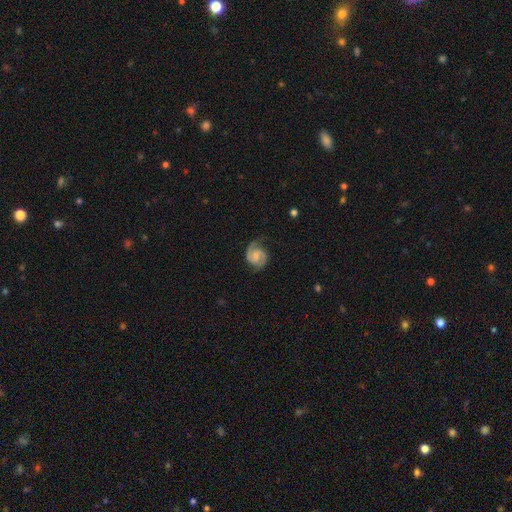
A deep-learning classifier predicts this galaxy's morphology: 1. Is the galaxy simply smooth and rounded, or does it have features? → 82% featured or disk, 13% smooth, 6% star or artifact.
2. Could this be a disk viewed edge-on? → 98% no, 2% yes.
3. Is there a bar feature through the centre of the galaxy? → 46% weak, 44% no, 11% strong.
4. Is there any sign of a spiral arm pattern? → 97% yes, 3% no.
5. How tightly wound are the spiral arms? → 48% medium, 38% tight, 14% loose.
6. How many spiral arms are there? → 87% 2, 6% 1, 4% can't tell, 1% 3, 1% 4, 1% more than 4.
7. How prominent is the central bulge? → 40% small, 29% moderate, 27% none, 3% large, 1% dominant.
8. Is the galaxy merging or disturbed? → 70% none, 20% minor disturbance, 8% major disturbance, 1% merger.